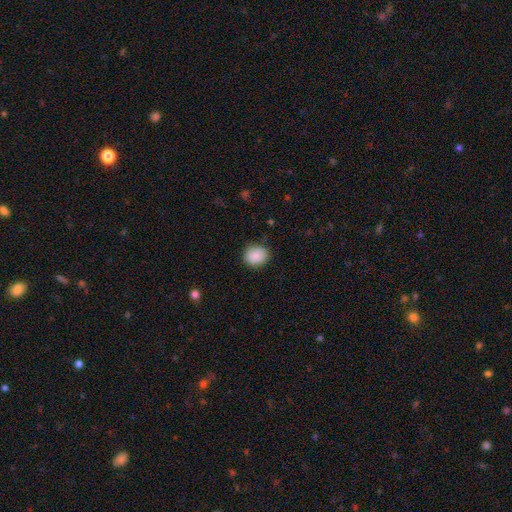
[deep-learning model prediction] Smooth or featured? smooth (88%)
How rounded? round (76%)
Merging? none (86%)